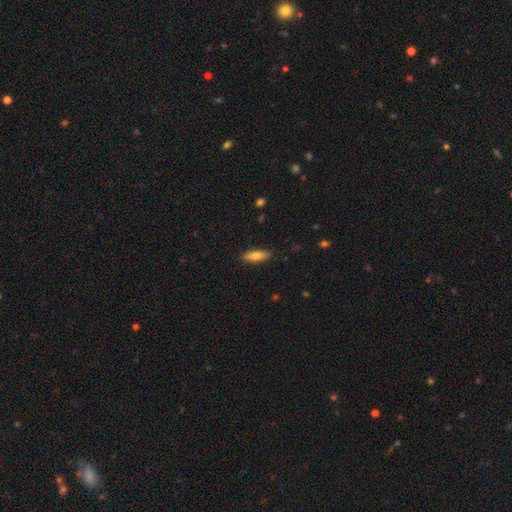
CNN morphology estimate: A smooth galaxy with no disk features (76%) that is in between round and cigar-shaped (58%). Merging: none (88%).